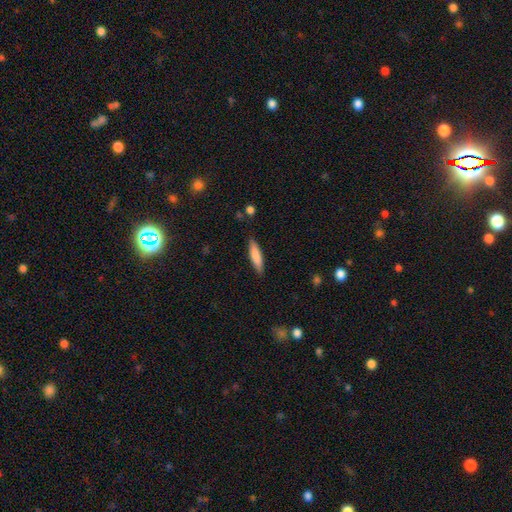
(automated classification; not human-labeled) Overall: smooth (81%). How rounded: cigar-shaped (77%). Merging: none (87%).